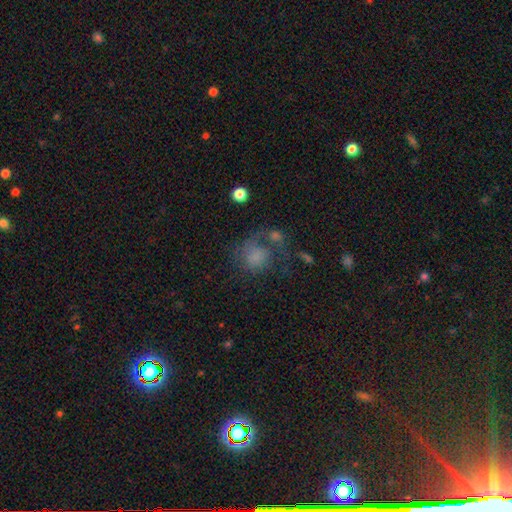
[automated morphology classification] Smooth or featured?
  - smooth: 57% *
  - featured or disk: 29%
  - star or artifact: 14%
How rounded?
  - round: 72% *
  - in between: 27%
  - cigar-shaped: 1%
Merging?
  - major disturbance: 34% *
  - none: 32%
  - minor disturbance: 17%
  - merger: 17%